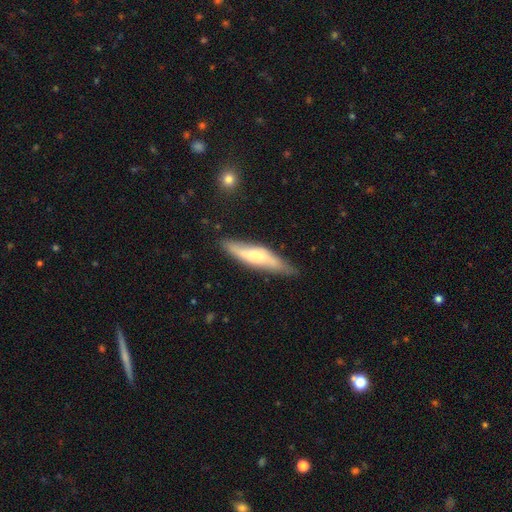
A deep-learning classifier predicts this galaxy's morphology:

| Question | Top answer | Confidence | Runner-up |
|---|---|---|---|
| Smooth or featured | smooth | 50% | featured or disk (45%) |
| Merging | none | 74% | minor disturbance (20%) |